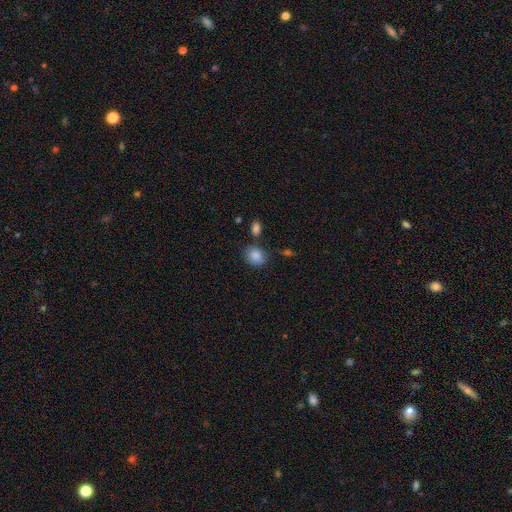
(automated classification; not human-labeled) The model was most divided on "how rounded": round: 57%, in between: 42%, cigar-shaped: 1%. More confident: smooth or featured — smooth (86%); merging — none (68%).